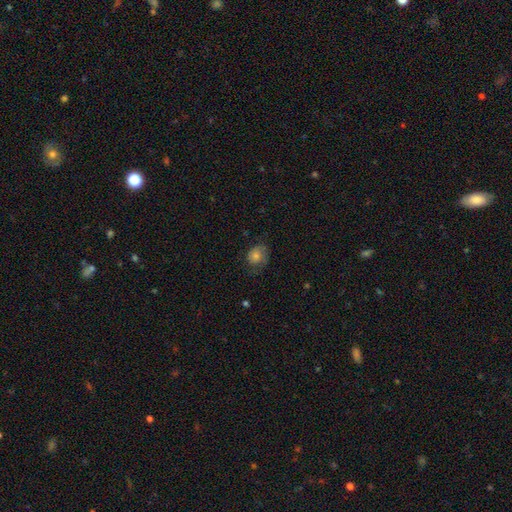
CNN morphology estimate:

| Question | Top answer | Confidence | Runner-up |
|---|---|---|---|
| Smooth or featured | smooth | 62% | featured or disk (26%) |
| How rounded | round | 62% | in between (37%) |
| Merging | none | 63% | minor disturbance (24%) |